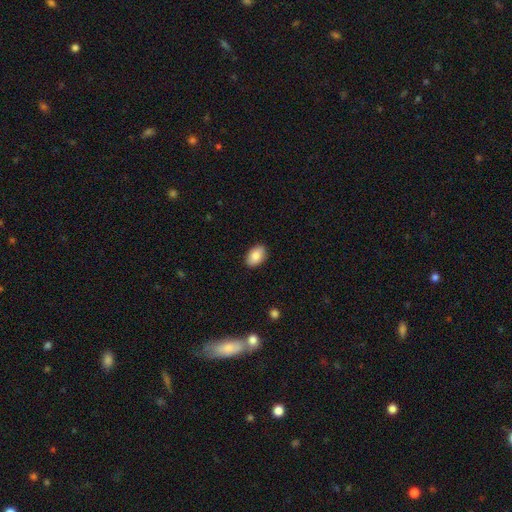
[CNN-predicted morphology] This appears to be a smooth galaxy with no disk features (85%) that is in between round and cigar-shaped (89%). Merging: none (89%).